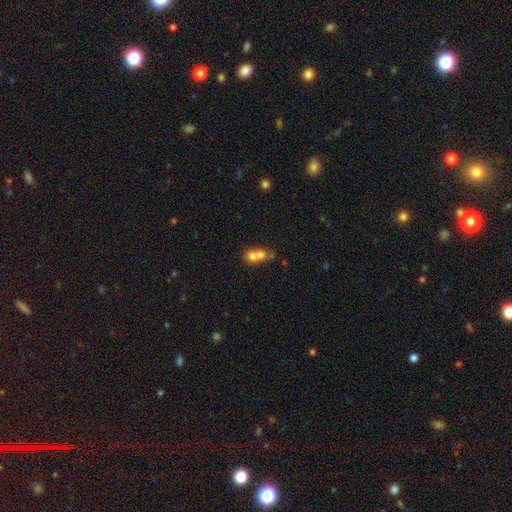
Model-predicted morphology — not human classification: smooth_or_featured: smooth (p=0.66) [alt: featured or disk p=0.22]
how_rounded: round (p=0.62) [alt: in between p=0.36]
merging: merger (p=0.70) [alt: none p=0.21]